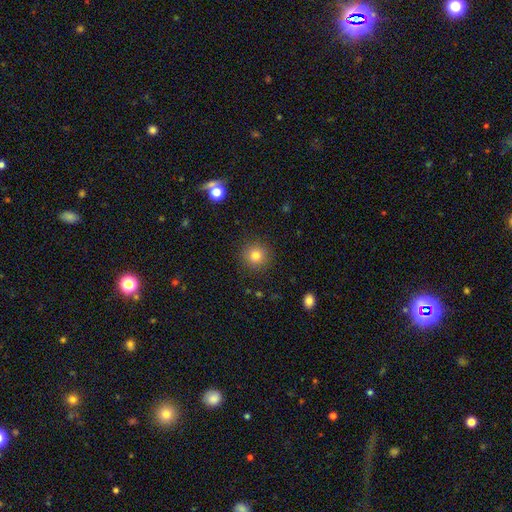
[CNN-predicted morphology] Smooth or featured: smooth — 81% (star or artifact — 12%)
How rounded: round — 93% (in between — 6%)
Merging: none — 90% (minor disturbance — 7%)